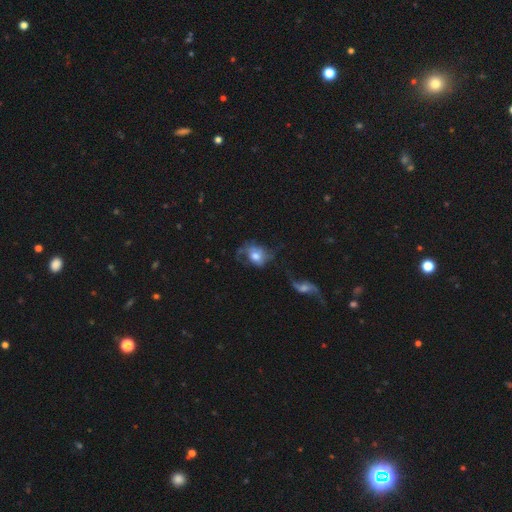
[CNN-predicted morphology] smooth-or-featured: featured or disk: 50% | smooth: 41% | star or artifact: 9%
  disk-edge-on: no: 96% | yes: 4%
  merging: major disturbance: 39% | none: 32% | minor disturbance: 23% | merger: 6%